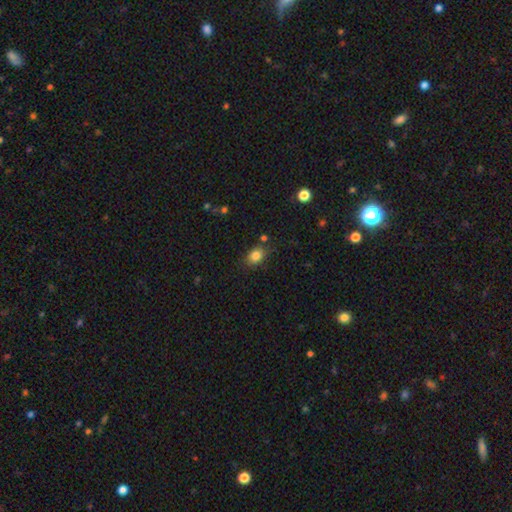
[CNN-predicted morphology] smooth-or-featured: smooth: 83% | star or artifact: 10% | featured or disk: 7%
  how-rounded: in between: 63% | round: 36% | cigar-shaped: 1%
  merging: none: 75% | minor disturbance: 16% | merger: 5% | major disturbance: 4%